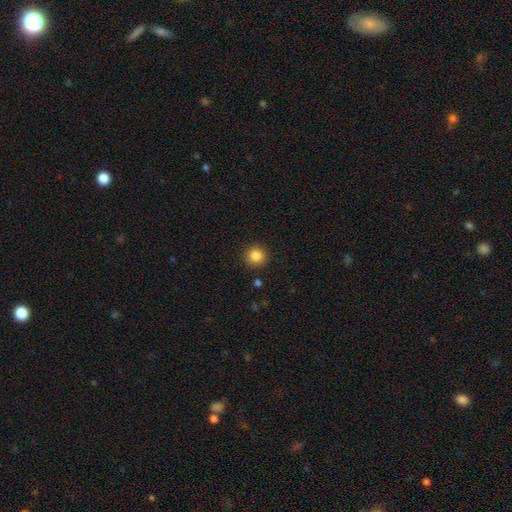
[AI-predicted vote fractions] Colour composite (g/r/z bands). It shows a smooth galaxy with no disk features (86%) that is round (94%). Merging: none (91%).